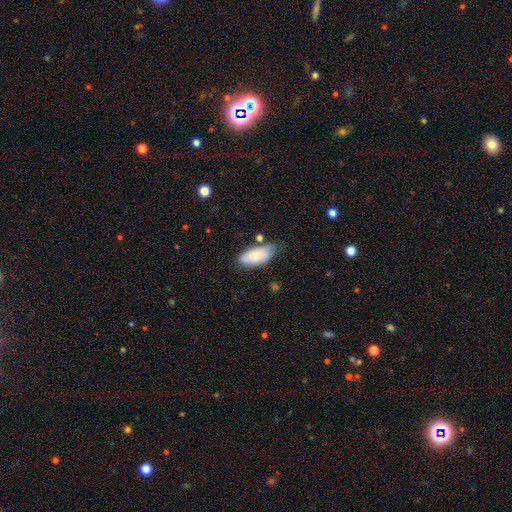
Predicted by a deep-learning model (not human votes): smooth_or_featured: smooth (p=0.75) [alt: featured or disk p=0.18]
how_rounded: in between (p=0.89) [alt: cigar-shaped p=0.08]
merging: none (p=0.53) [alt: minor disturbance p=0.34]